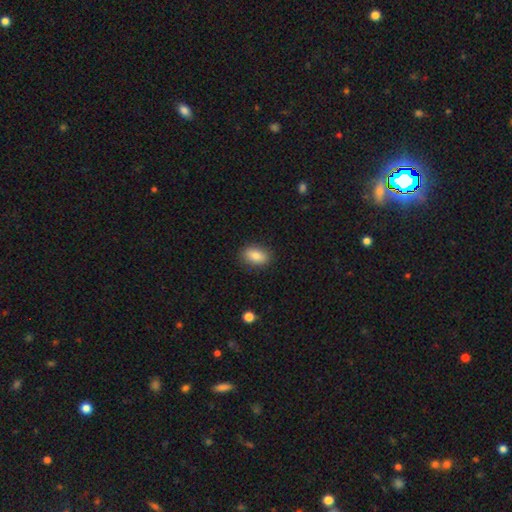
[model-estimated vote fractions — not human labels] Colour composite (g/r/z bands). It shows a smooth galaxy with no disk features (83%) that is in between round and cigar-shaped (87%). Merging: none (88%).